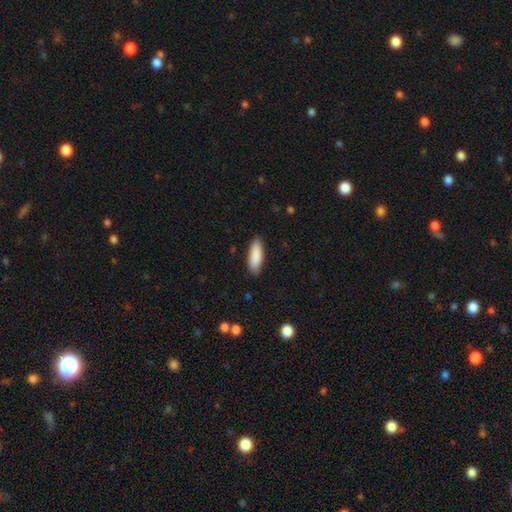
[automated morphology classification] Overall: smooth (89%). How rounded: in between (57%; cigar-shaped 42%). Merging: none (87%).